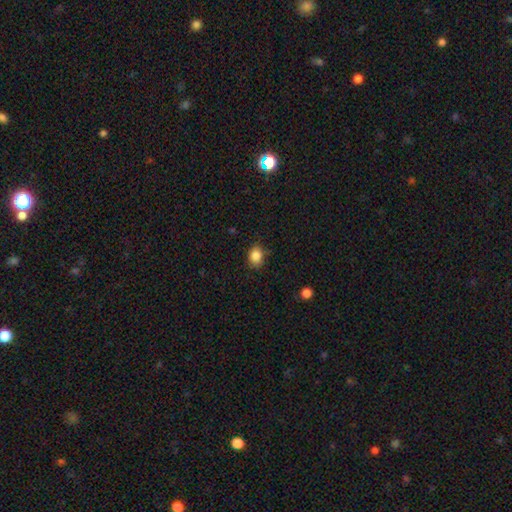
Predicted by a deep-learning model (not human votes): Smooth or featured? smooth (85%)
How rounded? in between (52%)
Merging? none (77%)